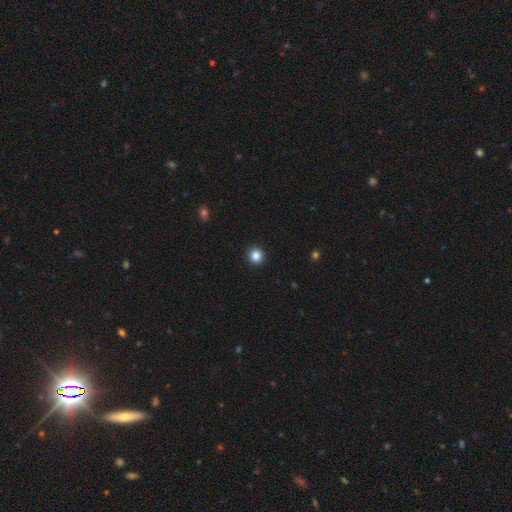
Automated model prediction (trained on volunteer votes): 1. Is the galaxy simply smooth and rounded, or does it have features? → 84% smooth, 11% star or artifact, 4% featured or disk.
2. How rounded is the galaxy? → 94% round, 5% in between, 1% cigar-shaped.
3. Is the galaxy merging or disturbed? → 93% none, 4% minor disturbance, 1% major disturbance, 1% merger.